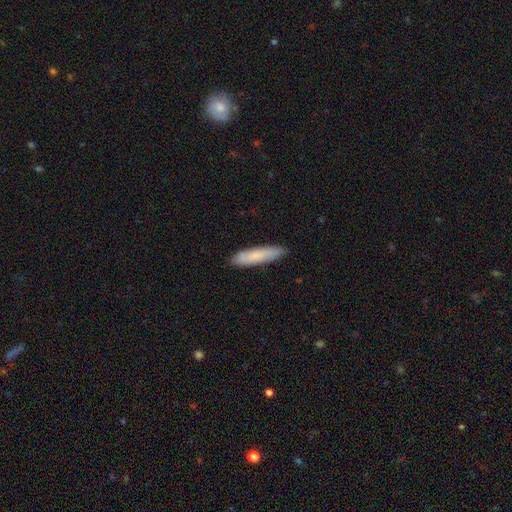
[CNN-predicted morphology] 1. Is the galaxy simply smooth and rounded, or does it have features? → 74% smooth, 21% featured or disk, 6% star or artifact.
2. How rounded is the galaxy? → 80% cigar-shaped, 19% in between, 1% round.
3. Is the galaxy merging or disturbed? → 86% none, 11% minor disturbance, 2% major disturbance, 1% merger.